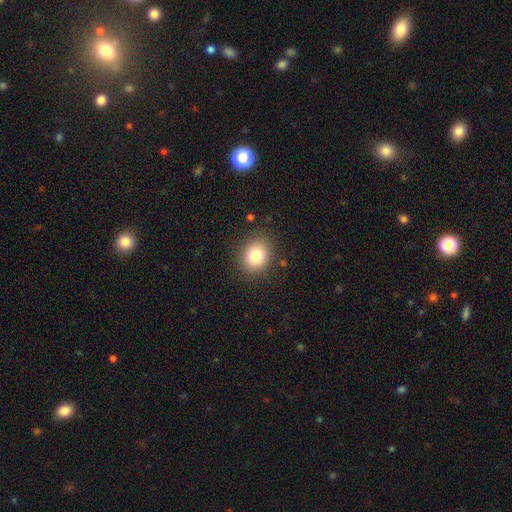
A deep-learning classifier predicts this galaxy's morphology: This appears to be a smooth galaxy with no disk features (80%) that is round (69%). Merging: none (86%).